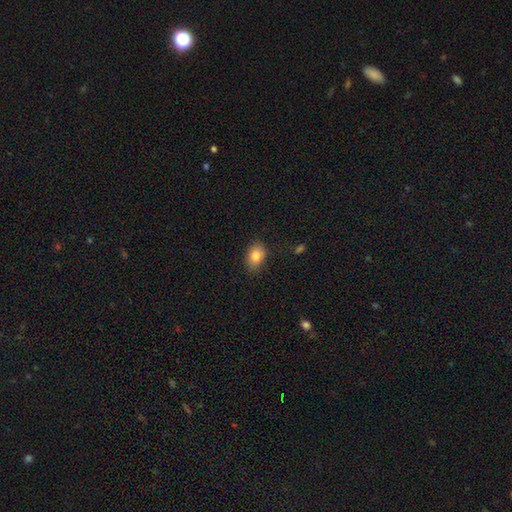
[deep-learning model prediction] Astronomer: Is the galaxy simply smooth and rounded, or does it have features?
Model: smooth — 83%.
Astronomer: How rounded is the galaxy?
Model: in between — 80%.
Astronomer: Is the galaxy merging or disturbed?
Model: none — 83%.